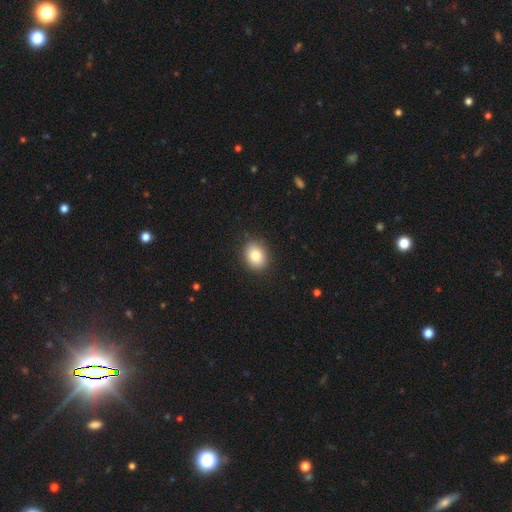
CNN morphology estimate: Q: Smooth or featured?
A: smooth (82%); runner-up: featured or disk (9%)
Q: How rounded?
A: in between (51%); runner-up: round (49%)
Q: Merging?
A: none (87%); runner-up: minor disturbance (9%)